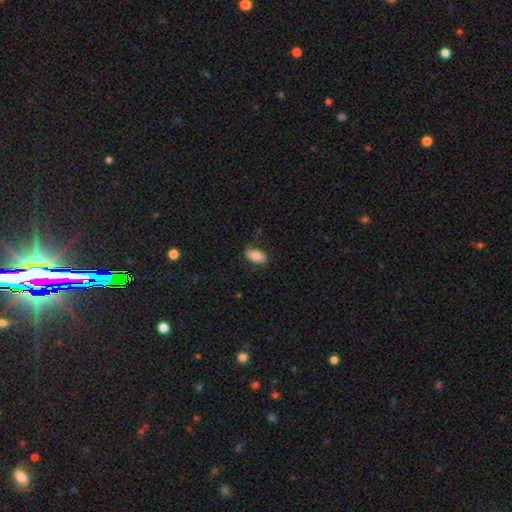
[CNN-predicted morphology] Smooth or featured? smooth (79%)
How rounded? in between (92%)
Merging? none (76%)